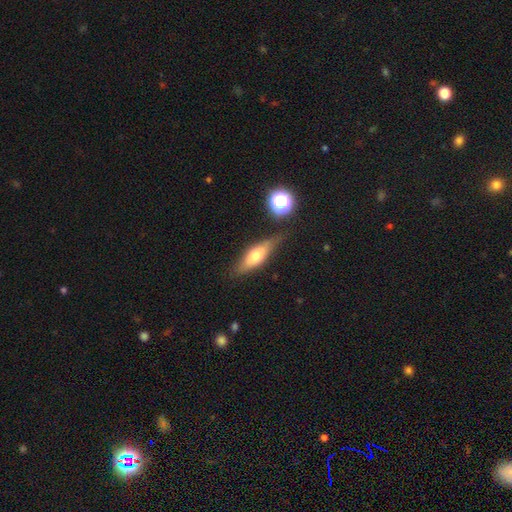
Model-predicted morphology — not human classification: smooth 54%, featured or disk 37%, star or artifact 9%. Down the decision tree: how rounded — in between (52%); merging — none (71%).